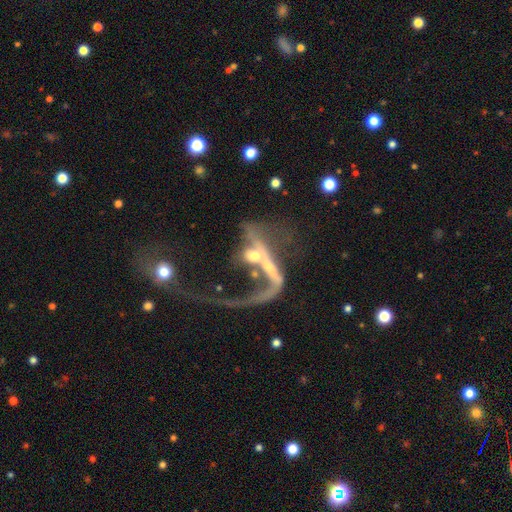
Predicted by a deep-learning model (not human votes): This is likely a featured or disk galaxy (65%). It is clearly not viewed edge-on (80%). Bar: likely no (64%). Spiral arm pattern: possibly no (59%). Central bulge: possibly moderate (47%). Merging: possibly merger (51%).